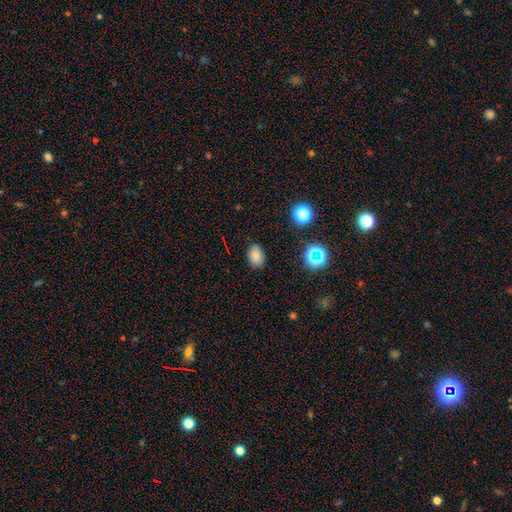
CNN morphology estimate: Q: Smooth or featured?
A: smooth (78%); runner-up: star or artifact (14%)
Q: How rounded?
A: in between (76%); runner-up: round (23%)
Q: Merging?
A: none (83%); runner-up: minor disturbance (12%)